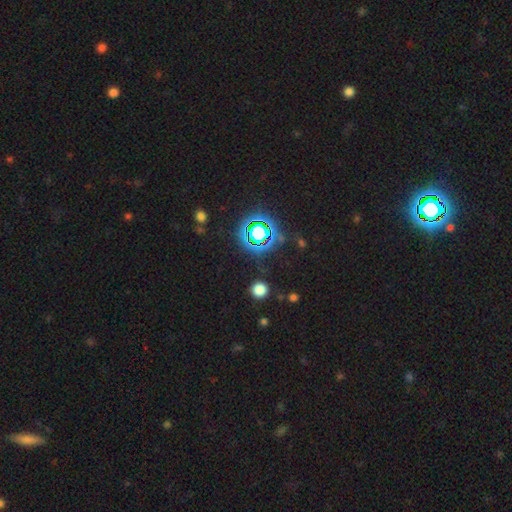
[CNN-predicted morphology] The model was most divided on "smooth or featured": star or artifact: 80%, smooth: 13%, featured or disk: 7%.